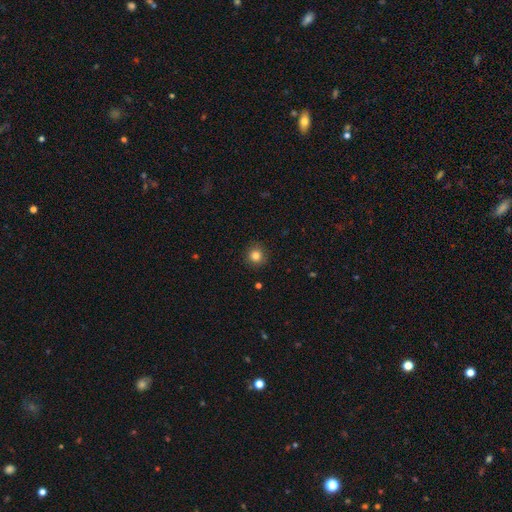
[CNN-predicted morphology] The model was most divided on "smooth or featured": smooth: 83%, star or artifact: 12%, featured or disk: 5%. More confident: how rounded — round (94%); merging — none (91%).